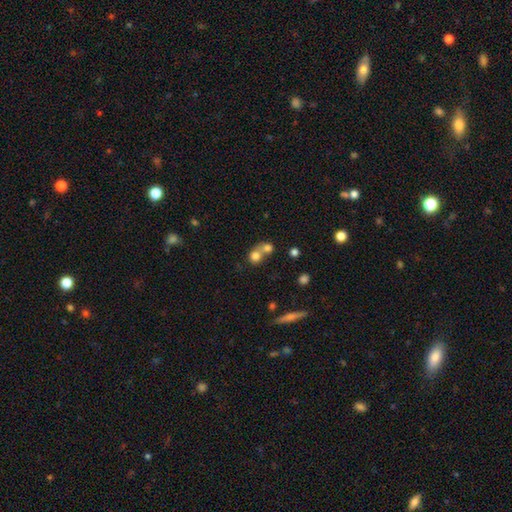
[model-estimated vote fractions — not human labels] Smooth or featured? Predicted: smooth (p=0.75). How rounded? Predicted: round (p=0.79). Merging? Predicted: merger (p=0.62).